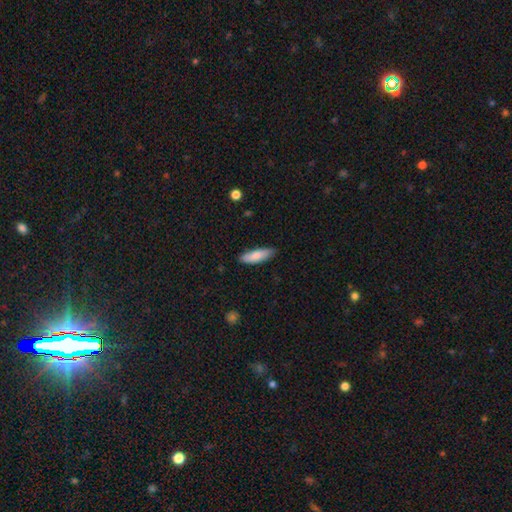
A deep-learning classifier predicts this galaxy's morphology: This appears to be a smooth galaxy with no disk features (81%) that is cigar-shaped (50%). Merging: none (80%).